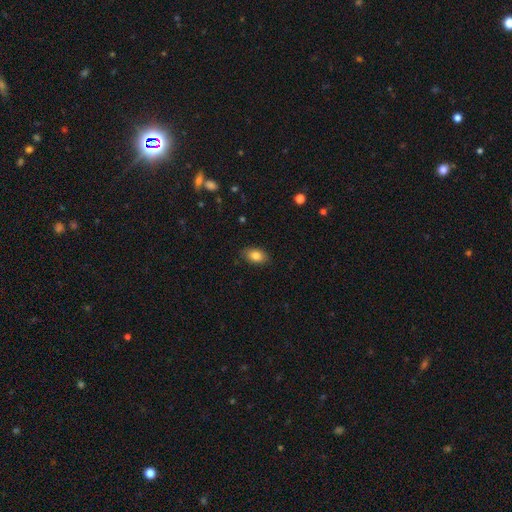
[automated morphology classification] Smooth or featured? Predicted: smooth (p=0.84). How rounded? Predicted: in between (p=0.88). Merging? Predicted: none (p=0.86).